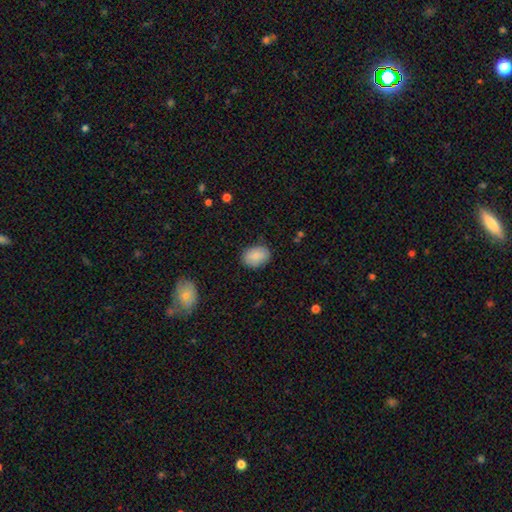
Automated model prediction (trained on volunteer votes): Smooth or featured? smooth (86%)
How rounded? in between (79%)
Merging? none (83%)